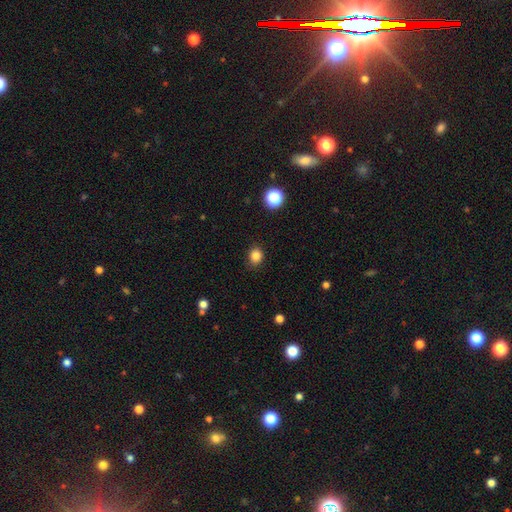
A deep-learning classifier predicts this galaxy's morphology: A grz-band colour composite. It shows a smooth galaxy with no disk features (84%) that is round (71%). Merging: none (85%).